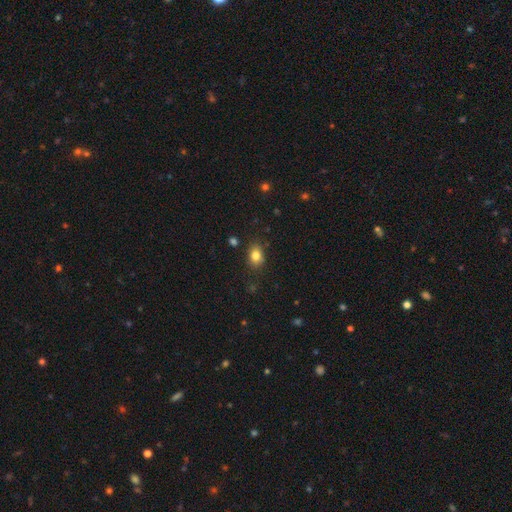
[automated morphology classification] This appears to be a smooth galaxy with no disk features (82%) that is in between round and cigar-shaped (64%). Merging: none (82%).